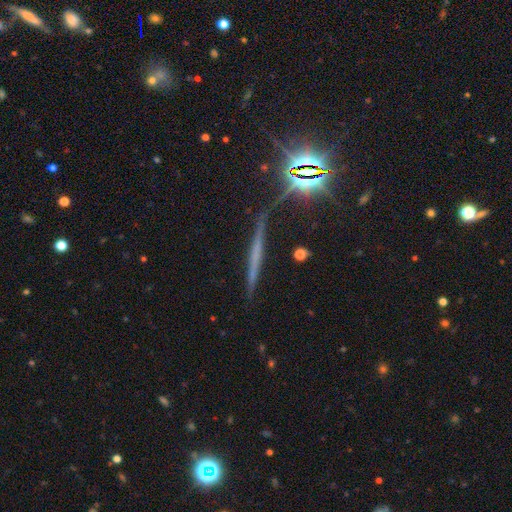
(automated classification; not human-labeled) The model was most divided on "smooth or featured": featured or disk: 45%, smooth: 28%, star or artifact: 27%. More confident: merging — none (84%).